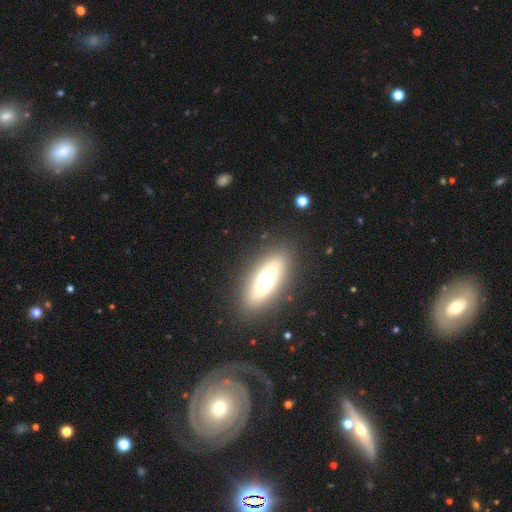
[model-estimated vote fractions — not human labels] The model was most divided on "smooth or featured" (2-way tie): smooth: 45%, featured or disk: 45%, star or artifact: 10%. More confident: merging — none (81%).